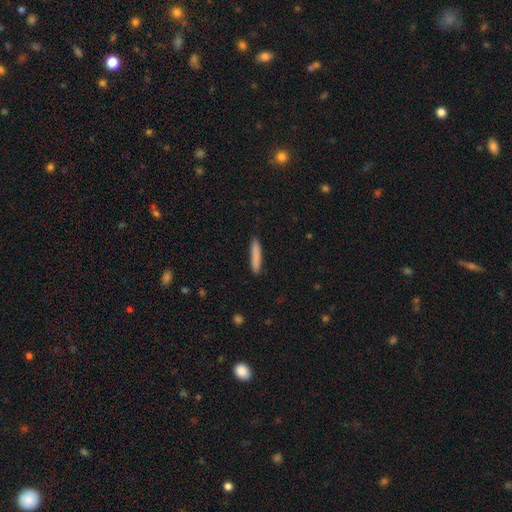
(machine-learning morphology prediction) Q: Smooth or featured?
A: smooth (85%); runner-up: featured or disk (9%)
Q: How rounded?
A: cigar-shaped (92%); runner-up: in between (7%)
Q: Merging?
A: none (89%); runner-up: minor disturbance (8%)